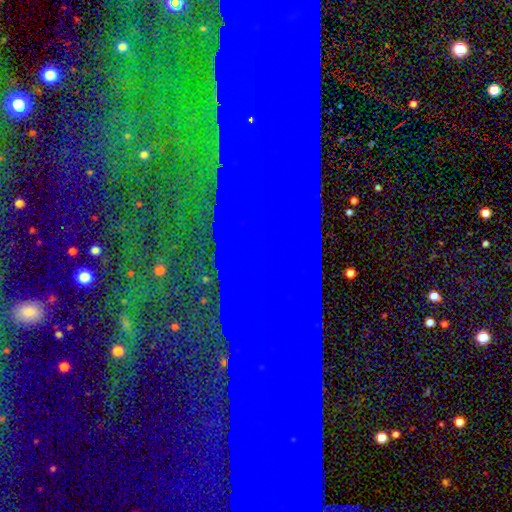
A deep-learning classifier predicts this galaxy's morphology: Q: Smooth or featured?
A: star or artifact (82%); runner-up: featured or disk (10%)